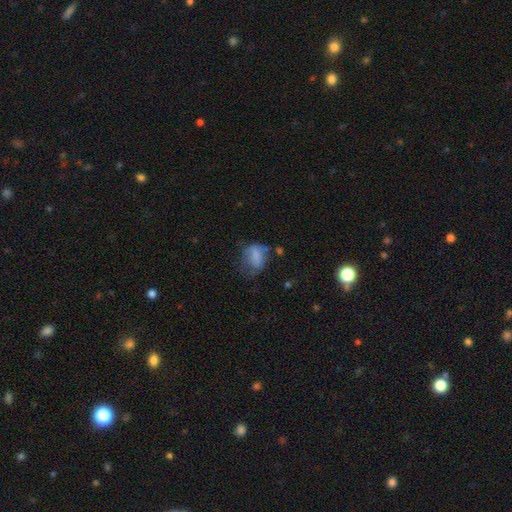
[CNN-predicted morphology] Overall: smooth (69%). How rounded: in between (71%). Merging: none (34%; major disturbance 30%).